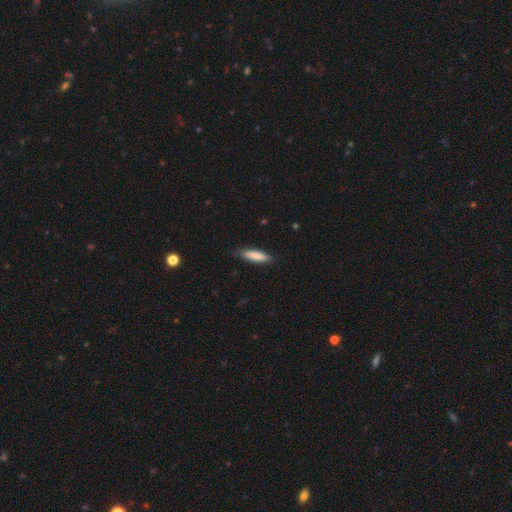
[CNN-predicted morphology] Overall: smooth (83%). How rounded: cigar-shaped (64%; in between 34%). Merging: none (80%).